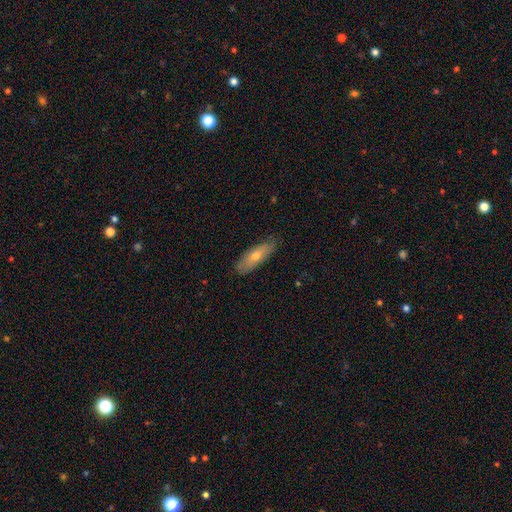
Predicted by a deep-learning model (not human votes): The model was most divided on "how rounded": in between: 53%, cigar-shaped: 44%, round: 2%. More confident: merging — none (82%); smooth or featured — smooth (64%).